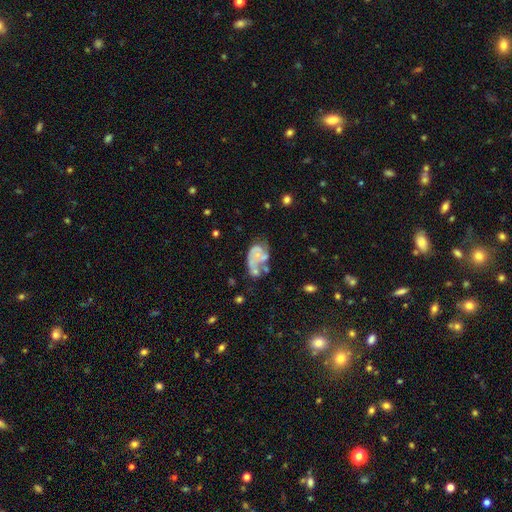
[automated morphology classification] smooth_or_featured: featured or disk (p=0.60) [alt: smooth p=0.31]
disk_edge_on: no (p=0.98) [alt: yes p=0.02]
bar: no (p=0.82) [alt: weak p=0.15]
has_spiral_arms: yes (p=0.56) [alt: no p=0.44]
bulge_size: none (p=0.47) [alt: small p=0.36]
merging: major disturbance (p=0.32) [alt: none p=0.26]